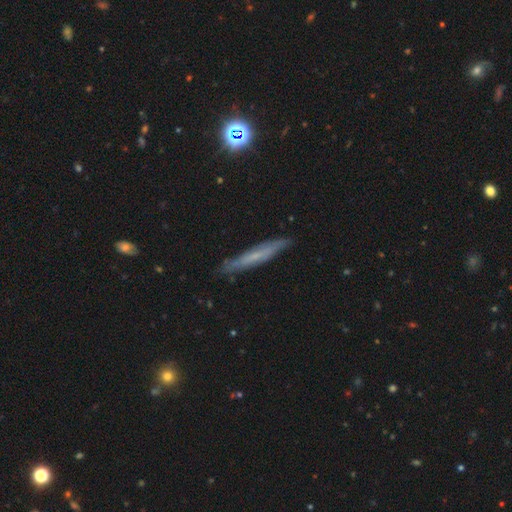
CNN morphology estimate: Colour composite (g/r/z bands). It shows a featured or disk galaxy (48%). Merging: none (85%).